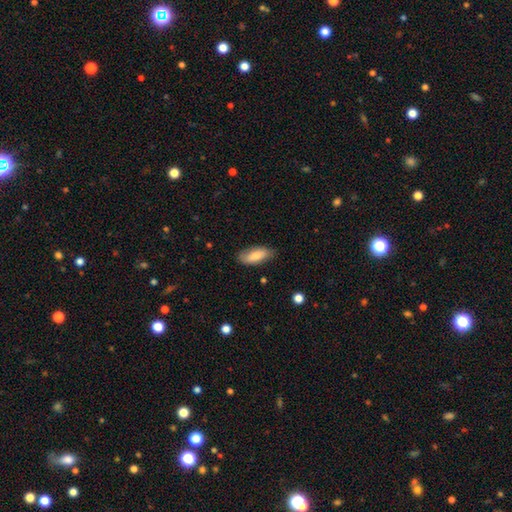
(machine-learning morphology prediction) This is clearly a smooth galaxy (81%). How rounded: clearly in between (81%). Merging: likely none (79%).